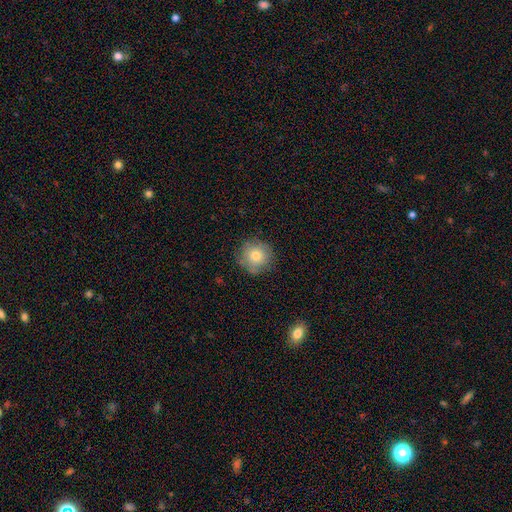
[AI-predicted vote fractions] Q: Smooth or featured?
A: smooth (75%); runner-up: featured or disk (15%)
Q: How rounded?
A: round (93%); runner-up: in between (6%)
Q: Merging?
A: none (81%); runner-up: minor disturbance (14%)